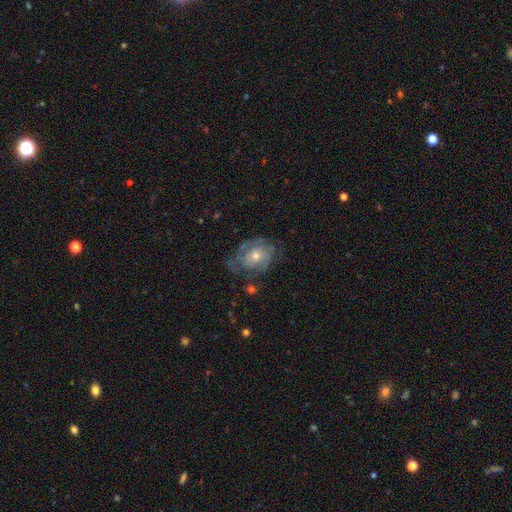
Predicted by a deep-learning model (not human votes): Smooth or featured? Predicted: featured or disk (p=0.71). Edge-on disk? Predicted: no (p=0.96). Bar? Predicted: no (p=0.77). Spiral arms? Predicted: yes (p=0.81). Spiral winding? Predicted: tight (p=0.56). Spiral arm count? Predicted: can't tell (p=0.42). Bulge size? Predicted: moderate (p=0.55). Merging? Predicted: none (p=0.59).